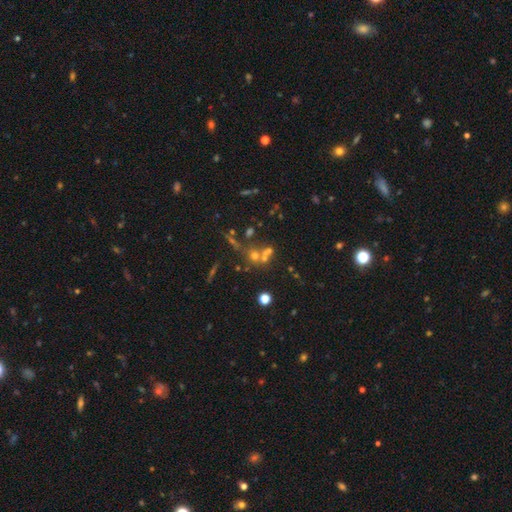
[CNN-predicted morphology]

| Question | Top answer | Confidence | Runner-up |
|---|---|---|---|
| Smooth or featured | star or artifact | 40% | smooth (38%) |